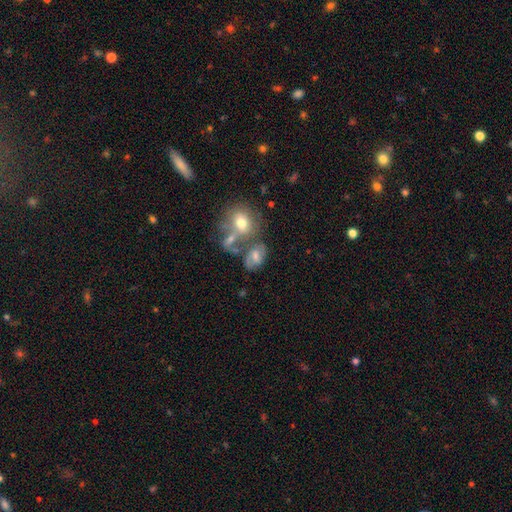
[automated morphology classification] Overall: smooth (49%; featured or disk 40%). Merging: none (38%; merger 33%).